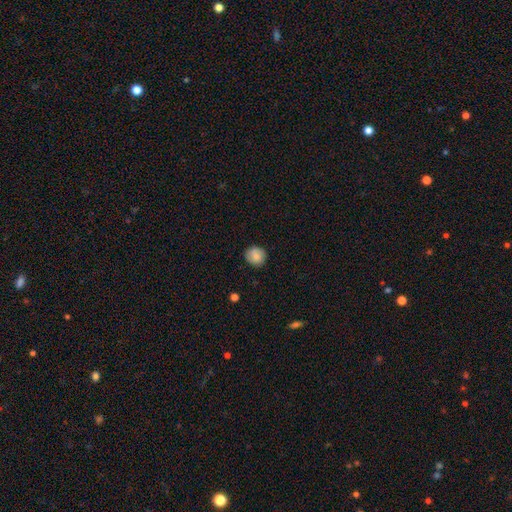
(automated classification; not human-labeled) The model was most divided on "smooth or featured": smooth: 83%, featured or disk: 10%, star or artifact: 8%. More confident: how rounded — round (87%); merging — none (86%).